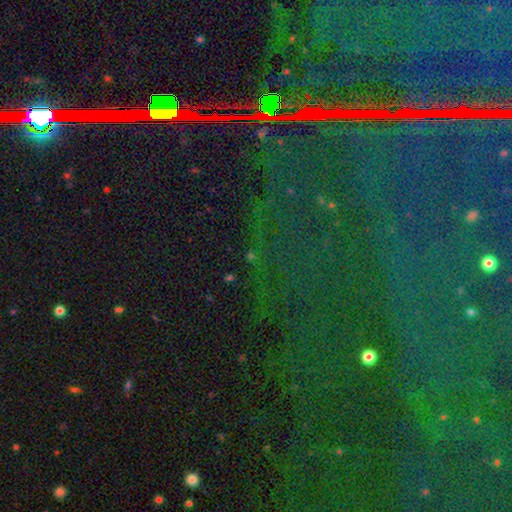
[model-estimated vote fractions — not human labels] Q: Smooth or featured?
A: star or artifact (83%); runner-up: smooth (9%)